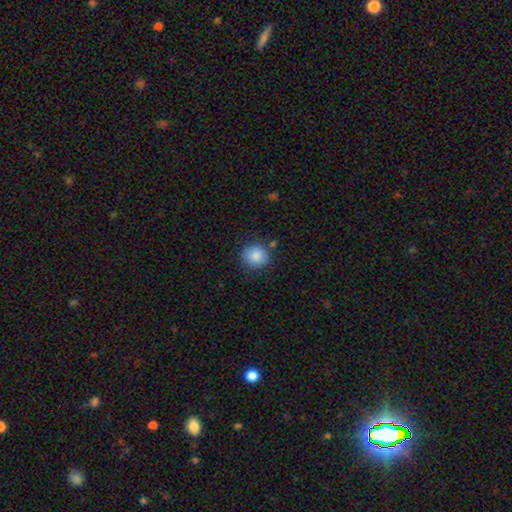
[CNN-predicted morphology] This appears to be a smooth galaxy with no disk features (86%) that is round (89%). Merging: none (84%).